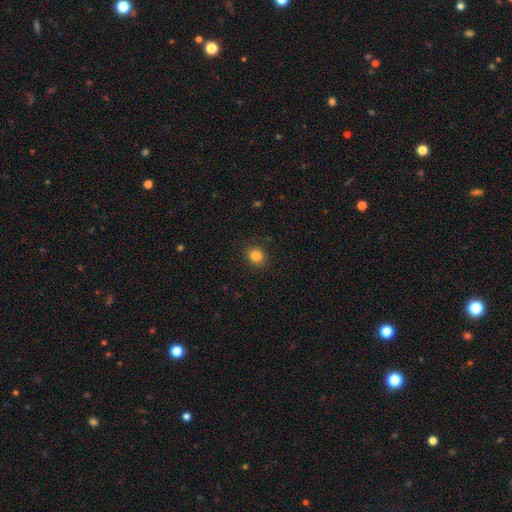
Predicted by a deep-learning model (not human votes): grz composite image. It shows a smooth galaxy with no disk features (84%) that is round (79%). Merging: none (90%).